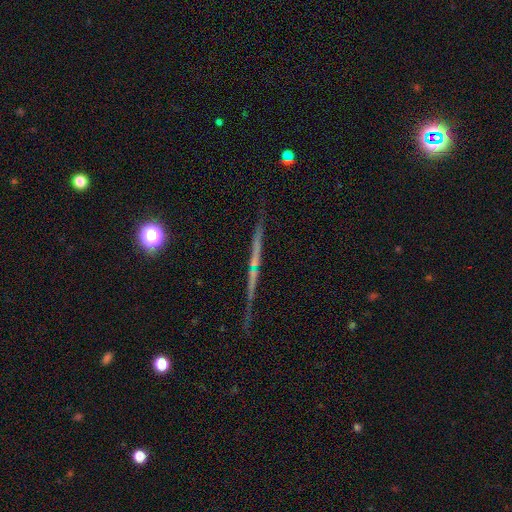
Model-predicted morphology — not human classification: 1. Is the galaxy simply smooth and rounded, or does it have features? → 69% featured or disk, 18% smooth, 14% star or artifact.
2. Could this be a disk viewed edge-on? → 96% yes, 4% no.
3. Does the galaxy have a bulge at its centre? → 62% none, 30% rounded, 8% boxy.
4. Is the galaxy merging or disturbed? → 90% none, 7% minor disturbance, 2% major disturbance, 2% merger.